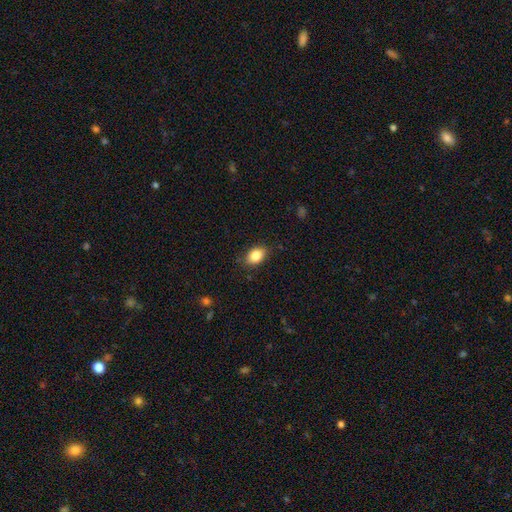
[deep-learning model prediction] This is clearly a smooth galaxy (85%). How rounded: clearly in between (82%). Merging: clearly none (84%).